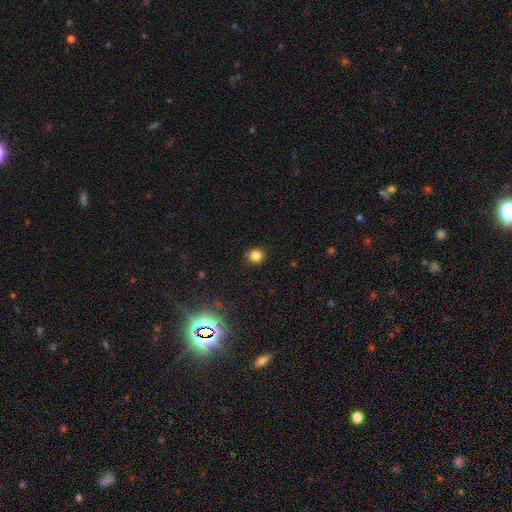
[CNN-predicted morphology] Overall: smooth (82%). How rounded: round (90%). Merging: none (89%).